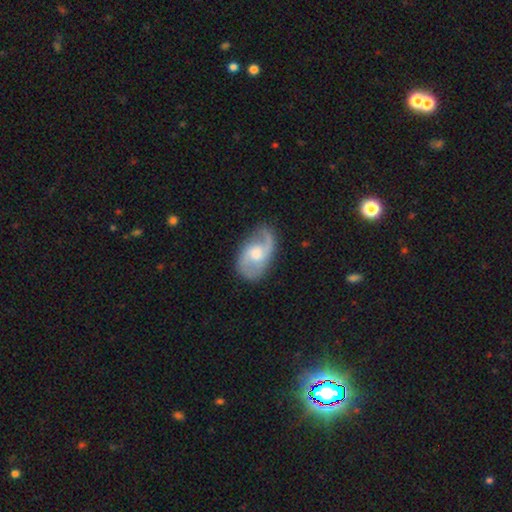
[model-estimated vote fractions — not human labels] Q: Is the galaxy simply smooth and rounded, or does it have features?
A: featured or disk — 82%.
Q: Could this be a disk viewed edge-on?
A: no — 97%.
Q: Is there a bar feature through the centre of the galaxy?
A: no — 52%.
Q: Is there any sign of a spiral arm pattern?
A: yes — 96%.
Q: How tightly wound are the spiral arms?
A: medium — 49%.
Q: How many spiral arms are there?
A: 2 — 87%.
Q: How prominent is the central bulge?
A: moderate — 57%.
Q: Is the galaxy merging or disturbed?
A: none — 77%.